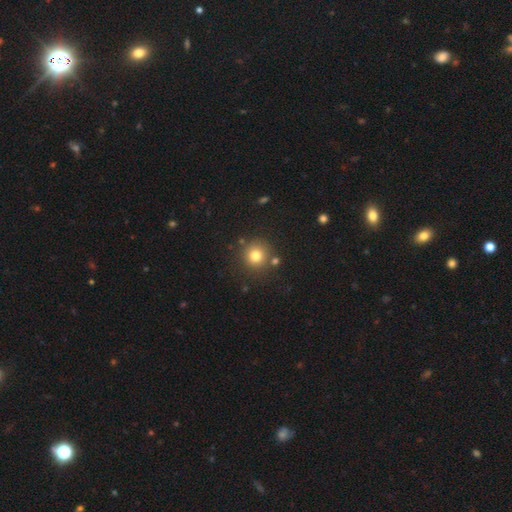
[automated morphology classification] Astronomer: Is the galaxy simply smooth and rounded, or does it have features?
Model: smooth — 78%.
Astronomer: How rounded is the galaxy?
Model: round — 93%.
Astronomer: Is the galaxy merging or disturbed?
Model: none — 83%.